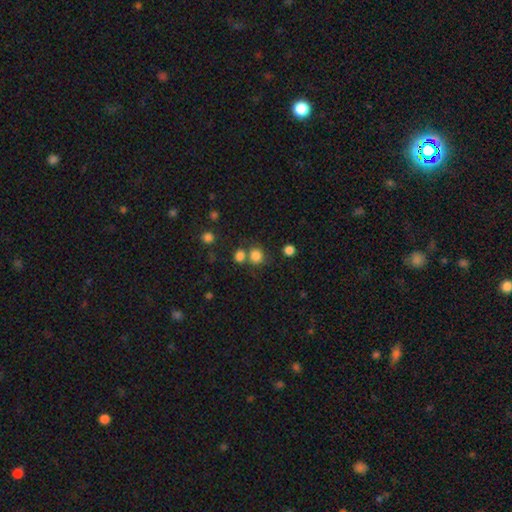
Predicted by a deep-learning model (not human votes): This appears to be a smooth galaxy with no disk features (81%) that is round (82%). Merging: none (62%).